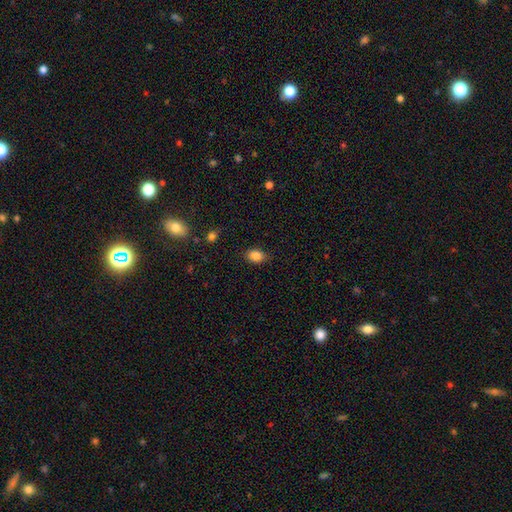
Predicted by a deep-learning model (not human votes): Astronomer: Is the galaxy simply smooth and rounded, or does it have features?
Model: smooth — 86%.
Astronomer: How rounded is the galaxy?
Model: in between — 71%.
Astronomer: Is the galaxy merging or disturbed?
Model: none — 84%.